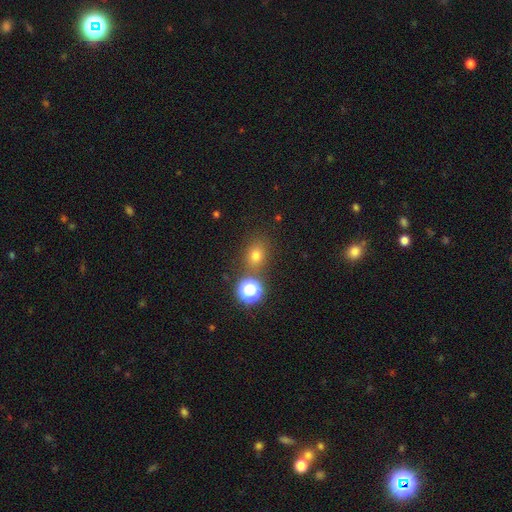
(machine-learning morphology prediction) Smooth or featured? Predicted: smooth (p=0.71). How rounded? Predicted: round (p=0.62). Merging? Predicted: none (p=0.79).